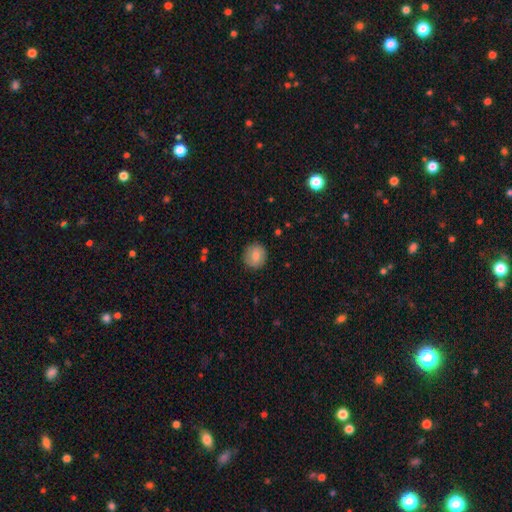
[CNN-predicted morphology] Smooth or featured: smooth — 77% (featured or disk — 16%)
How rounded: round — 90% (in between — 9%)
Merging: none — 88% (minor disturbance — 8%)